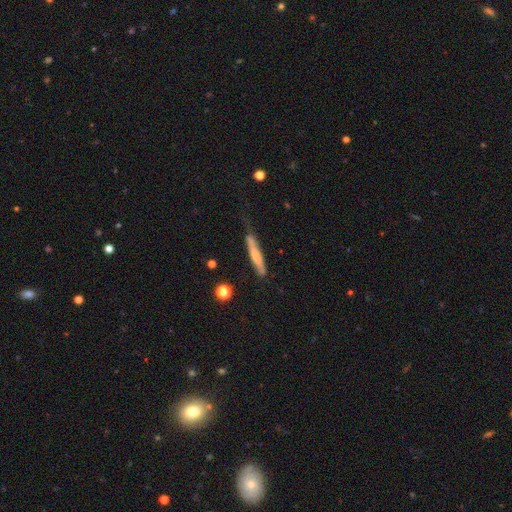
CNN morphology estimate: A smooth galaxy with no disk features (53%) that is cigar-shaped (91%). Merging: none (55%).